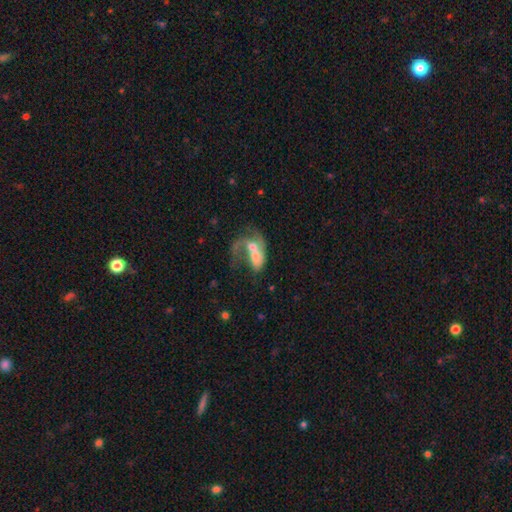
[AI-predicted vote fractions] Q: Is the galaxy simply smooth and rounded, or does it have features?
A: featured or disk — 56%.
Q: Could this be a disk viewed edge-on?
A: no — 95%.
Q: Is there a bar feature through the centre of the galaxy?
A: no — 67%.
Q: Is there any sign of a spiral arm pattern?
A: yes — 57%.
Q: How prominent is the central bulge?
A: moderate — 45%.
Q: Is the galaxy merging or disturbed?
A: merger — 59%.